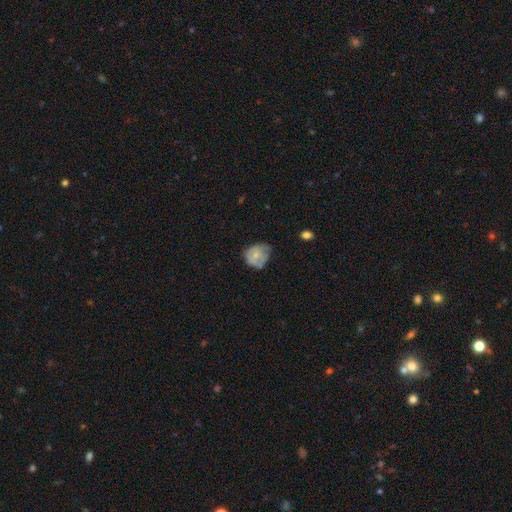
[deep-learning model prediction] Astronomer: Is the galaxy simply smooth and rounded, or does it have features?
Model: smooth — 65%.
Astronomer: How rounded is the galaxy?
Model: round — 65%.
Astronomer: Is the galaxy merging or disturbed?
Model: minor disturbance — 41% (runner-up: none, 40%).